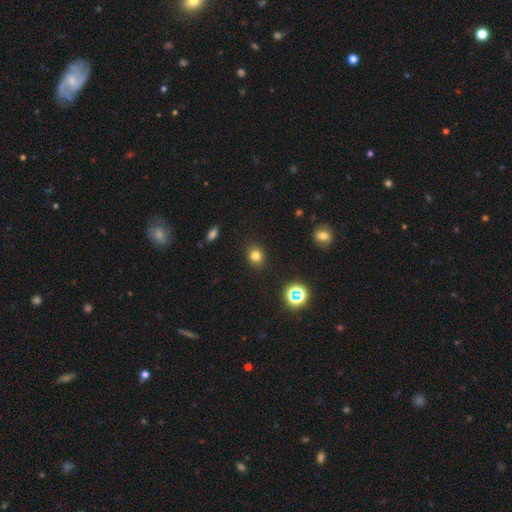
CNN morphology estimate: Smooth or featured? Predicted: smooth (p=0.77). How rounded? Predicted: round (p=0.70). Merging? Predicted: none (p=0.88).